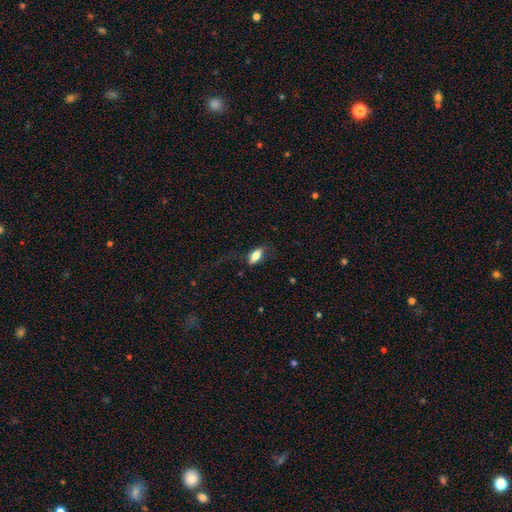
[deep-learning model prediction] Overall: smooth (78%). How rounded: in between (83%). Merging: none (70%).